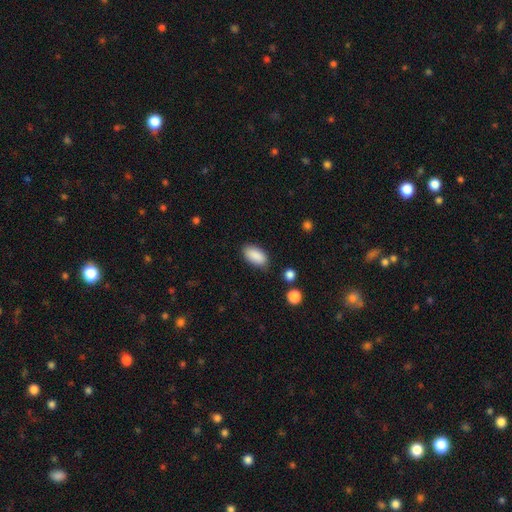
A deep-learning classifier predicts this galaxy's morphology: Overall: smooth (89%). How rounded: in between (93%). Merging: none (82%).